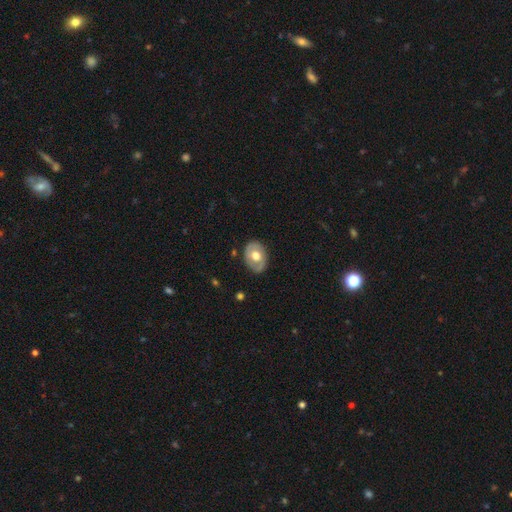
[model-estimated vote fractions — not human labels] Morphology: type=featured or disk (48%); merging=none (80%).